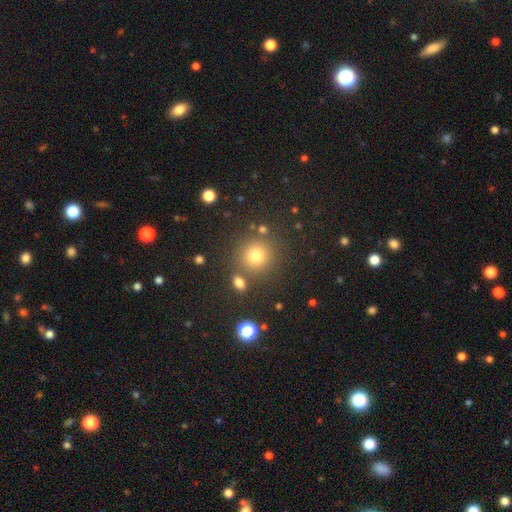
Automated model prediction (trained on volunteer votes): A smooth galaxy with no disk features (75%) that is round (92%). Merging: none (81%).